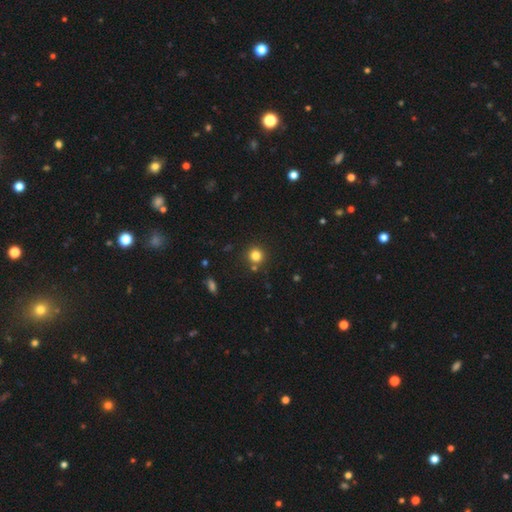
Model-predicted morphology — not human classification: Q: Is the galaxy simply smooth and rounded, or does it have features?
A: smooth — 80%.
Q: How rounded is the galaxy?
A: round — 92%.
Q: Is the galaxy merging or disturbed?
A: none — 81%.